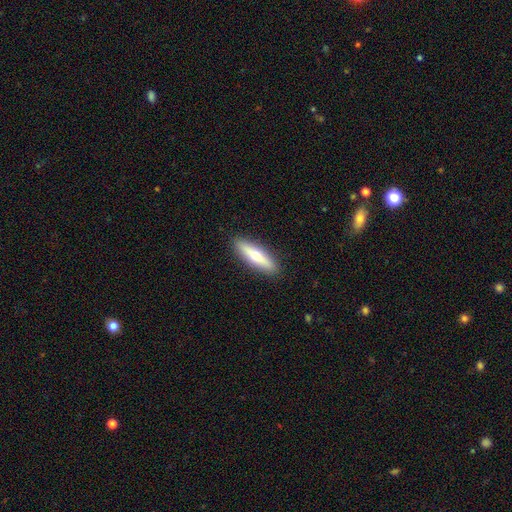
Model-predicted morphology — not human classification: This is possibly a smooth galaxy (53%). How rounded: likely cigar-shaped (72%). Merging: clearly none (90%).